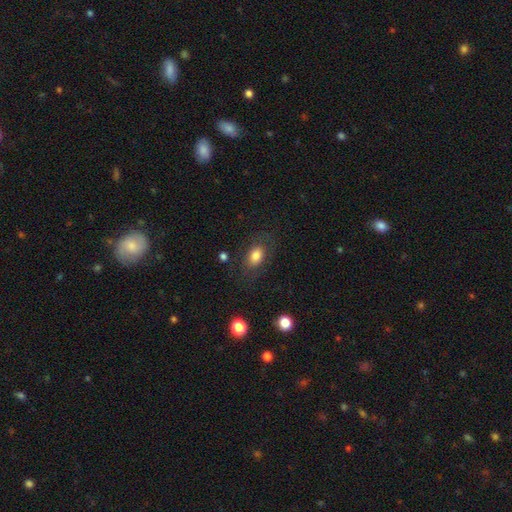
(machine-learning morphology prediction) type=smooth (78%); roundness=in between (84%); merging=none (75%).